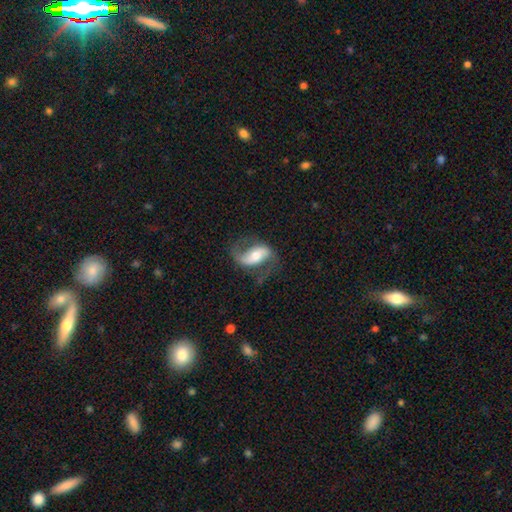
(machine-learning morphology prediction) Smooth or featured?
  - featured or disk: 77% *
  - smooth: 17%
  - star or artifact: 6%
Edge-on disk?
  - no: 95% *
  - yes: 5%
Bar?
  - strong: 40% *
  - weak: 33%
  - no: 27%
Spiral arms?
  - yes: 92% *
  - no: 8%
Spiral winding?
  - loose: 57% *
  - medium: 34%
  - tight: 9%
Spiral arm count?
  - 2: 89% *
  - 1: 4%
  - can't tell: 3%
  - 3: 1%
  - 4: 1%
  - more than 4: 1%
Bulge size?
  - moderate: 58% *
  - small: 24%
  - large: 14%
  - dominant: 2%
  - none: 2%
Merging?
  - none: 65% *
  - minor disturbance: 18%
  - major disturbance: 16%
  - merger: 2%